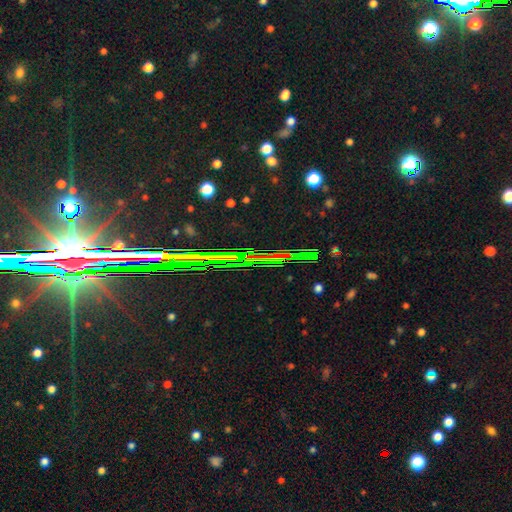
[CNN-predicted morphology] smooth_or_featured: star or artifact (p=0.86) [alt: featured or disk p=0.08]